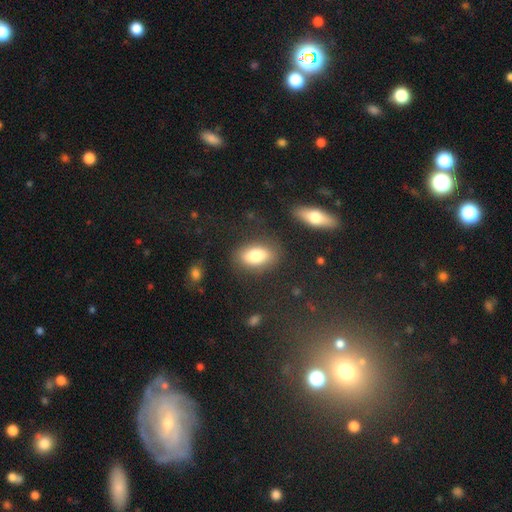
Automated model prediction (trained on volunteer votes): Morphology: type=smooth (80%); roundness=in between (86%); merging=none (80%).